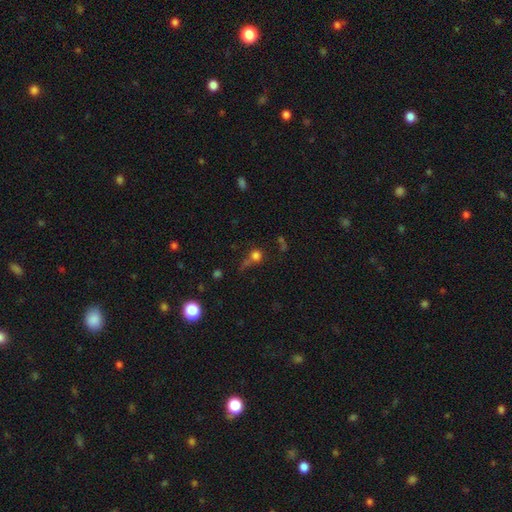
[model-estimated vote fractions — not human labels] smooth-or-featured: smooth: 69% | star or artifact: 22% | featured or disk: 10%
  how-rounded: round: 87% | in between: 12% | cigar-shaped: 2%
  merging: none: 52% | merger: 23% | minor disturbance: 14% | major disturbance: 11%